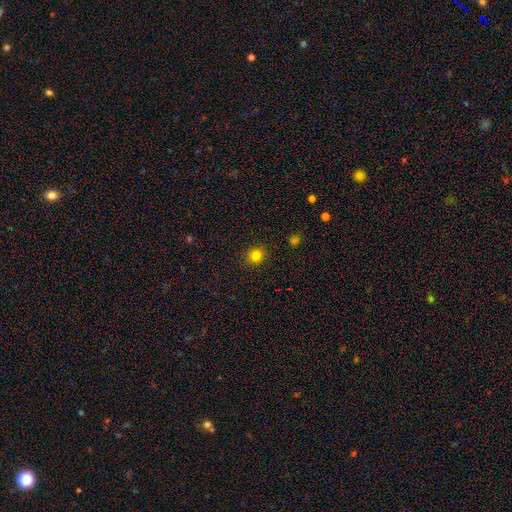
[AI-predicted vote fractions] Smooth or featured: smooth — 82% (star or artifact — 13%)
How rounded: round — 87% (in between — 12%)
Merging: none — 89% (minor disturbance — 8%)